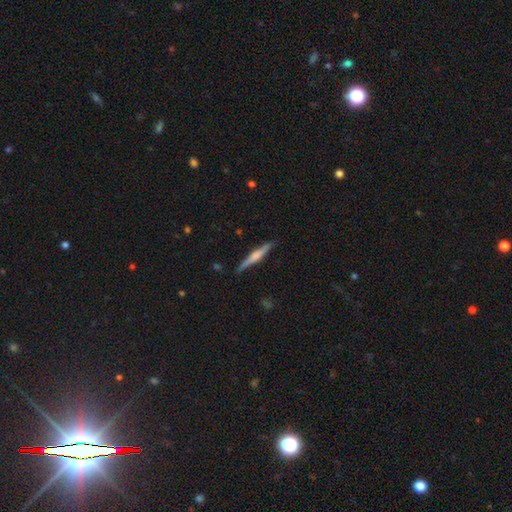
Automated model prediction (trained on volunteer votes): Smooth or featured? Predicted: featured or disk (p=0.52). Edge-on disk? Predicted: yes (p=0.97). Edge-on bulge? Predicted: rounded (p=0.54). Merging? Predicted: none (p=0.86).